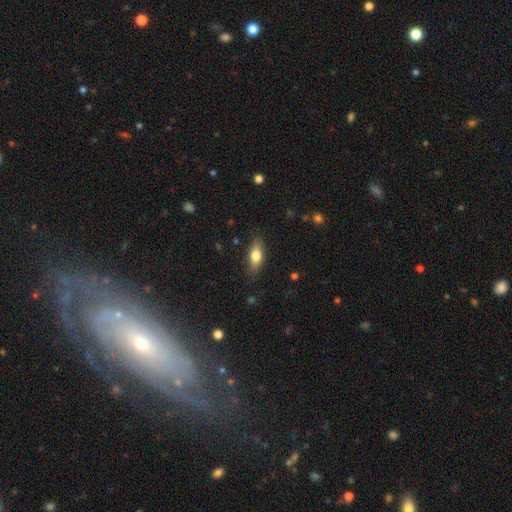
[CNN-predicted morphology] Smooth or featured: smooth — 73% (featured or disk — 21%)
How rounded: in between — 73% (cigar-shaped — 23%)
Merging: none — 84% (minor disturbance — 12%)